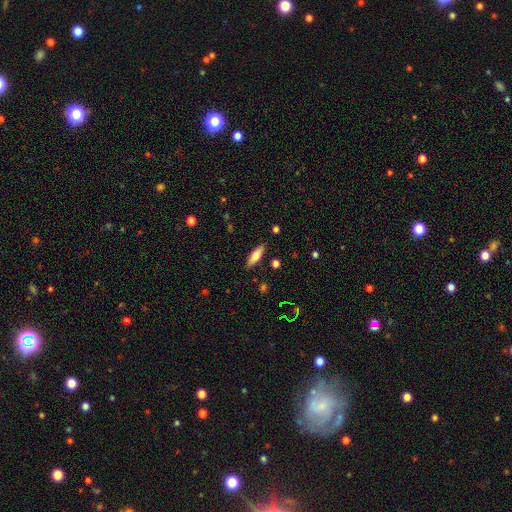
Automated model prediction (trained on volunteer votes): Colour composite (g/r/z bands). It shows a smooth galaxy with no disk features (63%) that is in between round and cigar-shaped (52%). Merging: none (88%).